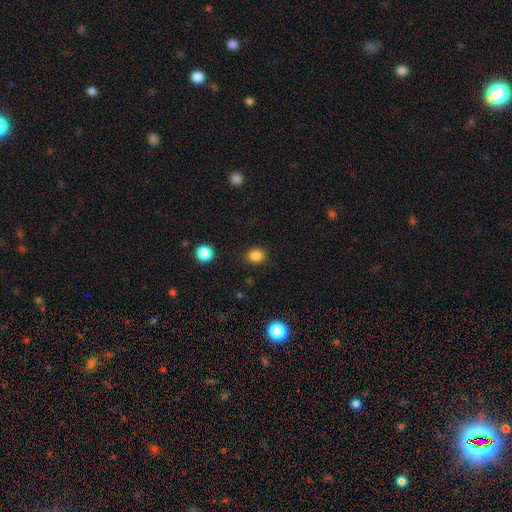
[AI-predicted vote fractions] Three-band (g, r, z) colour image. It shows a smooth galaxy with no disk features (84%) that is round (60%). Merging: none (87%).